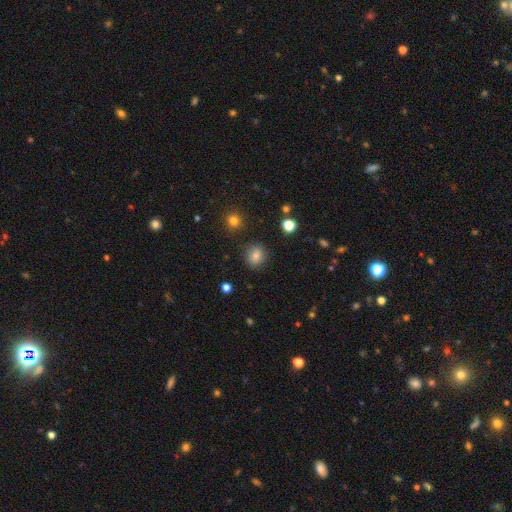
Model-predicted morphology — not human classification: Q: Smooth or featured?
A: smooth (80%); runner-up: star or artifact (13%)
Q: How rounded?
A: round (78%); runner-up: in between (21%)
Q: Merging?
A: none (86%); runner-up: minor disturbance (9%)